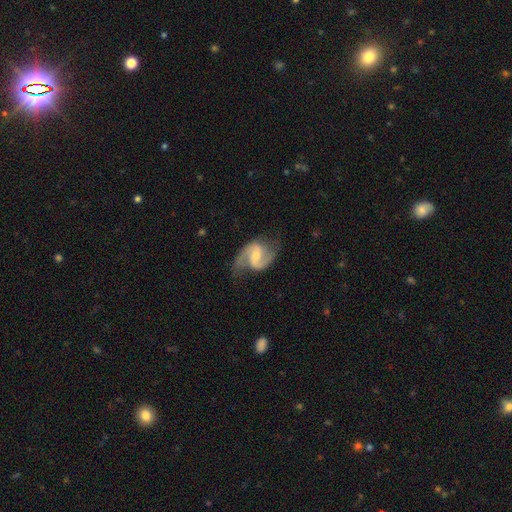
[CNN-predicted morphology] smooth_or_featured: featured or disk (p=0.88) [alt: smooth p=0.07]
disk_edge_on: no (p=0.98) [alt: yes p=0.02]
bar: weak (p=0.54) [alt: no p=0.27]
has_spiral_arms: yes (p=0.97) [alt: no p=0.03]
spiral_winding: medium (p=0.51) [alt: loose p=0.38]
spiral_arm_count: 2 (p=0.92) [alt: 1 p=0.02]
bulge_size: small (p=0.46) [alt: moderate p=0.44]
merging: none (p=0.71) [alt: minor disturbance p=0.19]